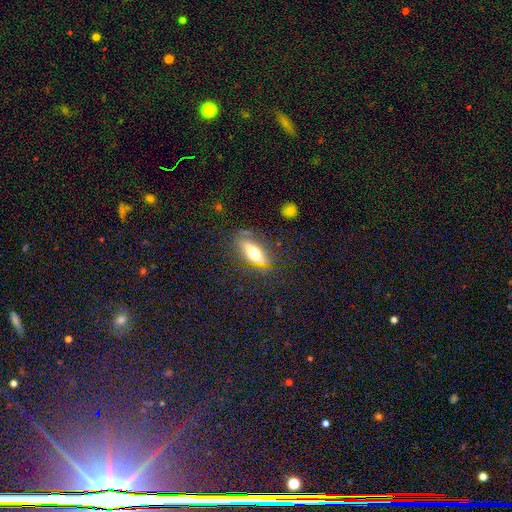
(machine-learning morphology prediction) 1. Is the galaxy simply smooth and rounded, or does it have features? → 50% smooth, 41% featured or disk, 9% star or artifact.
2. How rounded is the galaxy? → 64% in between, 31% cigar-shaped, 5% round.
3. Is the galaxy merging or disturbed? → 70% none, 20% minor disturbance, 8% major disturbance, 3% merger.